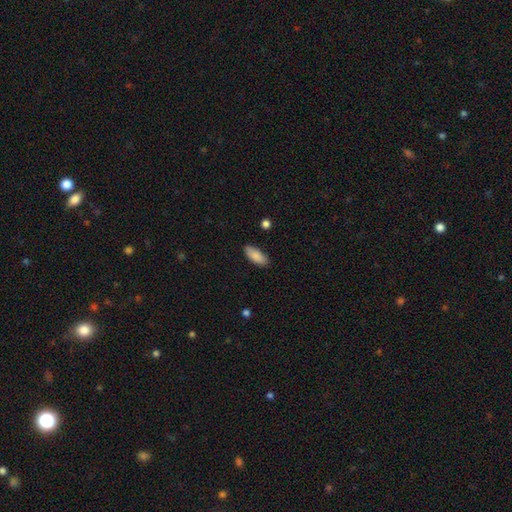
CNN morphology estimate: Overall: smooth (88%). How rounded: in between (83%). Merging: none (86%).